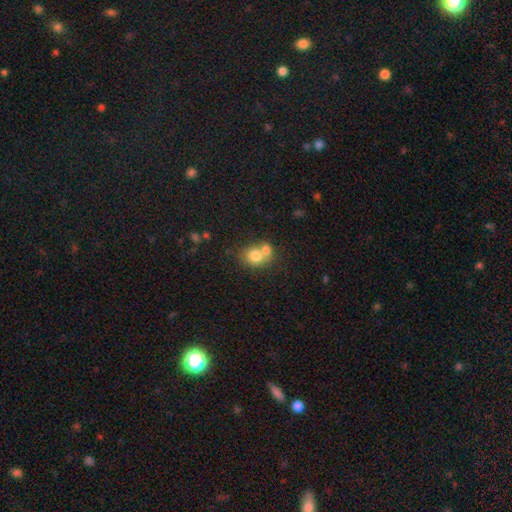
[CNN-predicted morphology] A smooth galaxy with no disk features (76%) that is round (63%).

Vote fractions:
- Smooth or featured? smooth: 76% / featured or disk: 15% / star or artifact: 9%
- How rounded? round: 63% / in between: 36% / cigar-shaped: 1%
- Merging? merger: 58% / none: 30% / minor disturbance: 8% / major disturbance: 4%